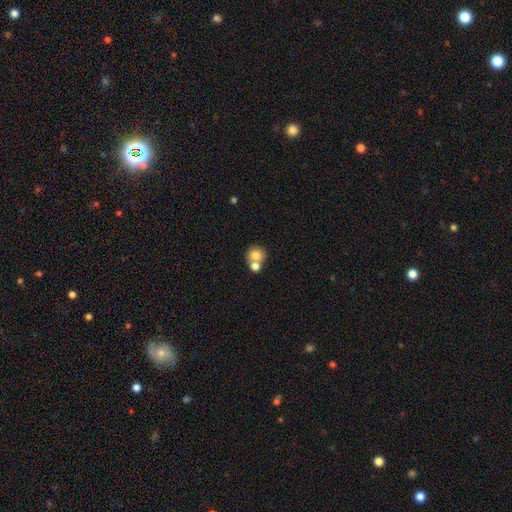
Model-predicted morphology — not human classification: A smooth galaxy with no disk features (78%) that is round (84%). Merging: merger (46%).